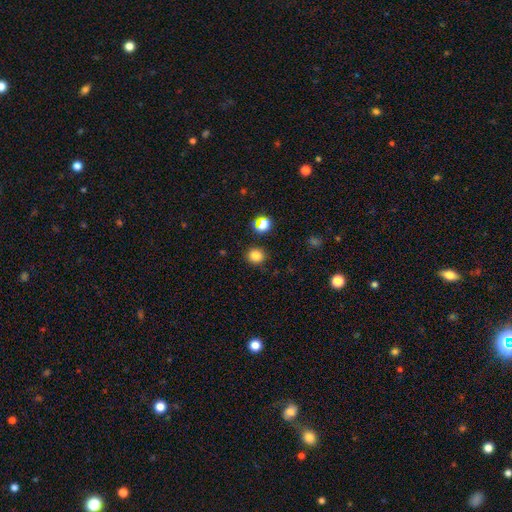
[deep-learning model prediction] Smooth or featured?
  - smooth: 81% *
  - star or artifact: 15%
  - featured or disk: 4%
How rounded?
  - round: 84% *
  - in between: 15%
  - cigar-shaped: 1%
Merging?
  - none: 87% *
  - minor disturbance: 8%
  - merger: 3%
  - major disturbance: 3%